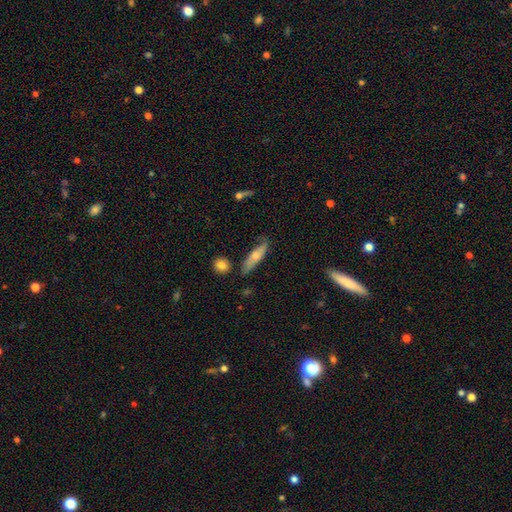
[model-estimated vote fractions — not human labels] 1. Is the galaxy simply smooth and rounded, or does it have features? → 59% smooth, 35% featured or disk, 6% star or artifact.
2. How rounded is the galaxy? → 64% cigar-shaped, 33% in between, 3% round.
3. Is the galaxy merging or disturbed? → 65% none, 24% minor disturbance, 6% major disturbance, 4% merger.